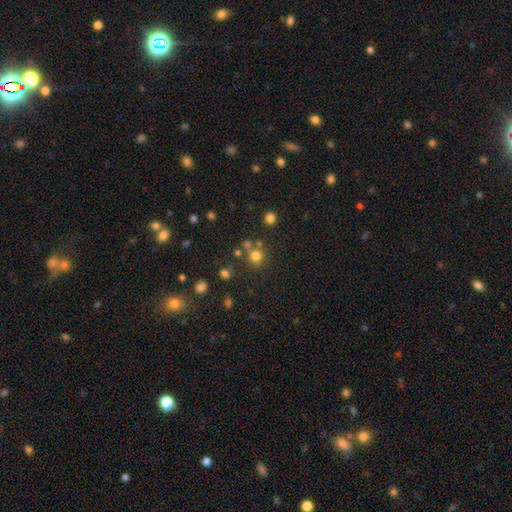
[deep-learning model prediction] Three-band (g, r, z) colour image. It shows a smooth galaxy with no disk features (74%) that is round (88%). Merging: none (66%).